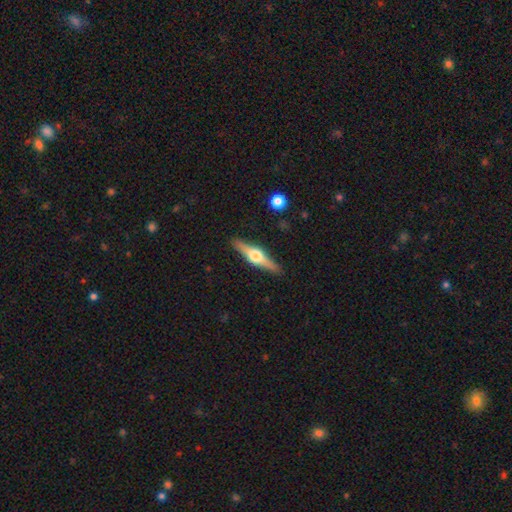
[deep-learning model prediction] Smooth or featured?
  - featured or disk: 75% *
  - smooth: 20%
  - star or artifact: 5%
Edge-on disk?
  - yes: 97% *
  - no: 3%
Edge-on bulge?
  - rounded: 95% *
  - boxy: 4%
  - none: 1%
Merging?
  - none: 90% *
  - minor disturbance: 7%
  - major disturbance: 2%
  - merger: 1%